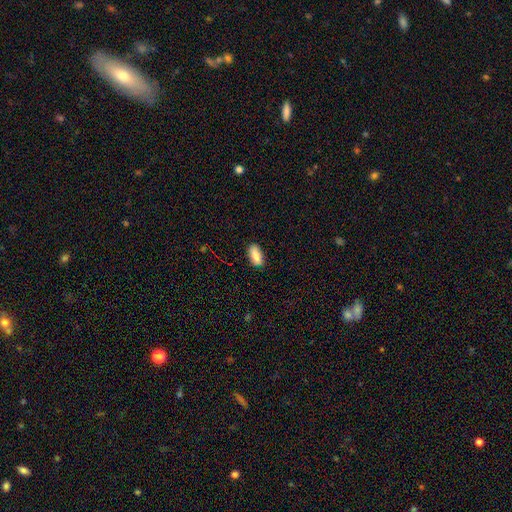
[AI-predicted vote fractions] The model was most divided on "how rounded": in between: 82%, cigar-shaped: 16%, round: 2%. More confident: smooth or featured — smooth (86%); merging — none (83%).